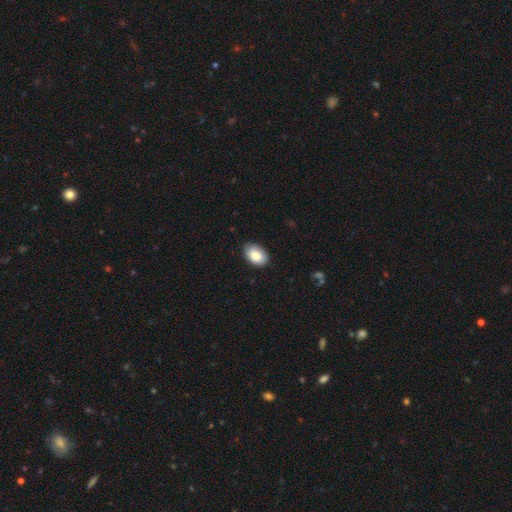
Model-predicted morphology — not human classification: Smooth or featured? smooth (85%)
How rounded? in between (90%)
Merging? none (84%)